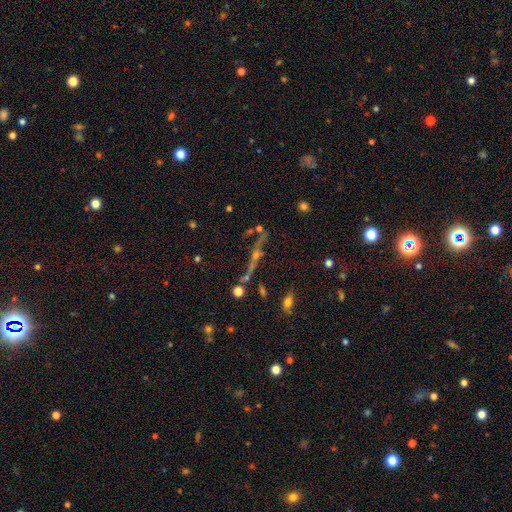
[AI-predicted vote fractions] Smooth or featured? Predicted: featured or disk (p=0.60). Edge-on disk? Predicted: yes (p=0.83). Edge-on bulge? Predicted: rounded (p=0.87). Merging? Predicted: none (p=0.68).